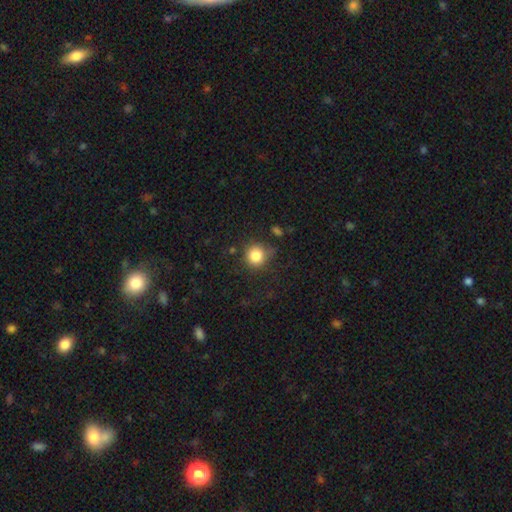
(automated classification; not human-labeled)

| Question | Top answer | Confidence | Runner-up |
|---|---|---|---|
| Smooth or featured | smooth | 84% | star or artifact (11%) |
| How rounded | round | 92% | in between (7%) |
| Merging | none | 79% | minor disturbance (14%) |